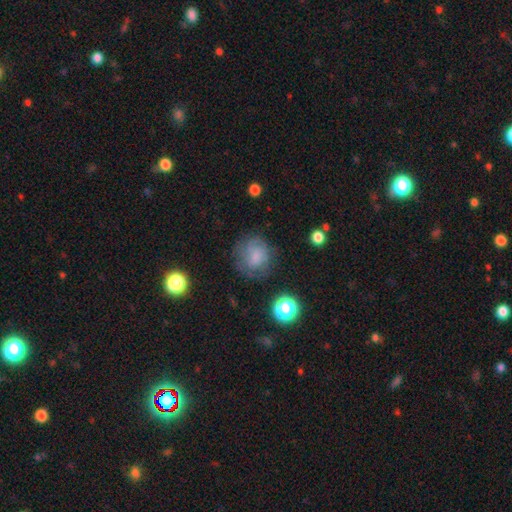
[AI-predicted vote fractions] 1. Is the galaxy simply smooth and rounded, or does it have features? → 55% smooth, 32% featured or disk, 13% star or artifact.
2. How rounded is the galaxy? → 80% round, 19% in between, 1% cigar-shaped.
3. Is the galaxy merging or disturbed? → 64% none, 20% minor disturbance, 14% major disturbance, 2% merger.